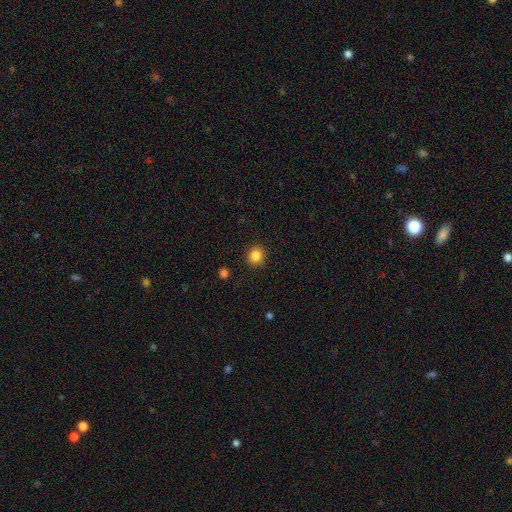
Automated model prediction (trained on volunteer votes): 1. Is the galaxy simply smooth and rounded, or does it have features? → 85% smooth, 11% star or artifact, 4% featured or disk.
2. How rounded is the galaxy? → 87% round, 12% in between, 1% cigar-shaped.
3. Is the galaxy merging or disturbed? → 91% none, 6% minor disturbance, 2% major disturbance, 1% merger.